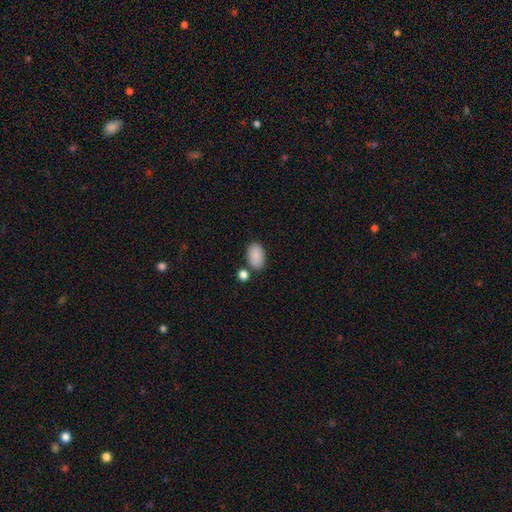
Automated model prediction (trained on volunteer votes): The model was most divided on "merging": none: 74%, minor disturbance: 13%, merger: 10%, major disturbance: 3%. More confident: how rounded — in between (93%); smooth or featured — smooth (89%).